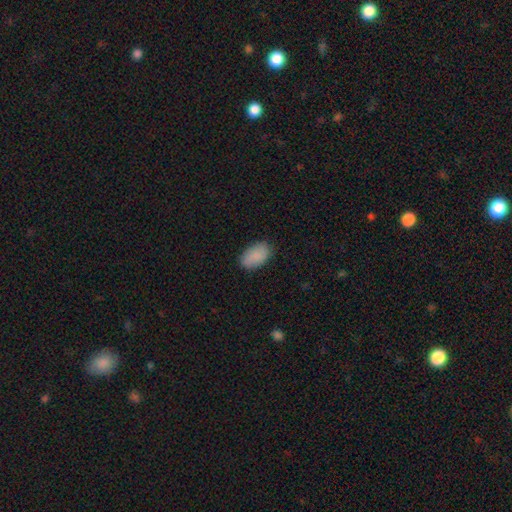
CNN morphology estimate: This appears to be a smooth galaxy with no disk features (88%) that is in between round and cigar-shaped (93%). Merging: none (83%).